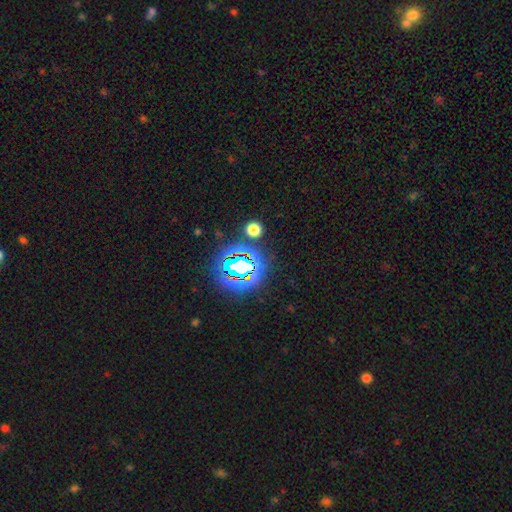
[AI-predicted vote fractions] This appears to be a star or artifact, not a galaxy (81%).